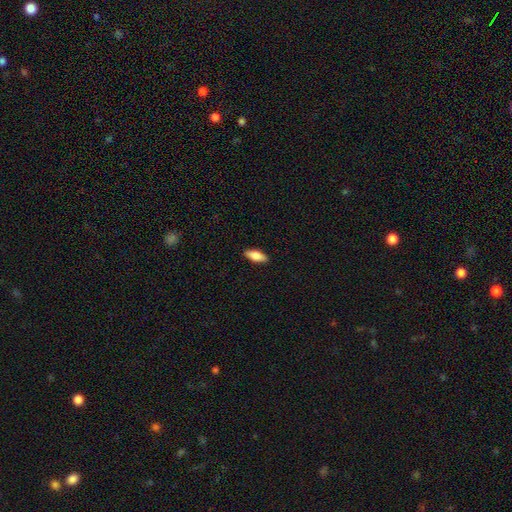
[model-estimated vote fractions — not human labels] Smooth or featured? smooth (78%)
How rounded? in between (77%)
Merging? none (89%)